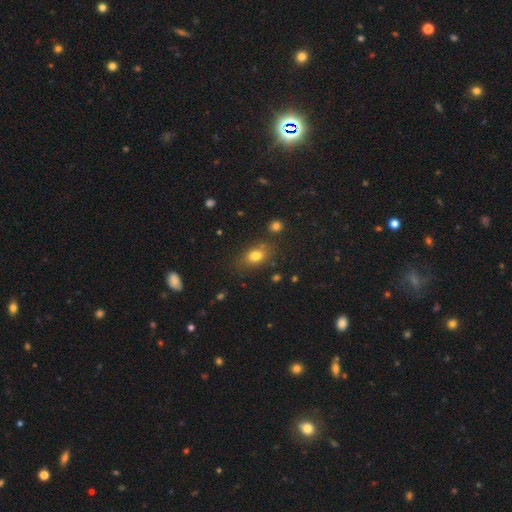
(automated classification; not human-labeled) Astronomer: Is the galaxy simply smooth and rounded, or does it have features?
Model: smooth — 78%.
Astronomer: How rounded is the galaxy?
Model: in between — 74%.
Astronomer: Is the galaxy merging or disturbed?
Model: none — 76%.